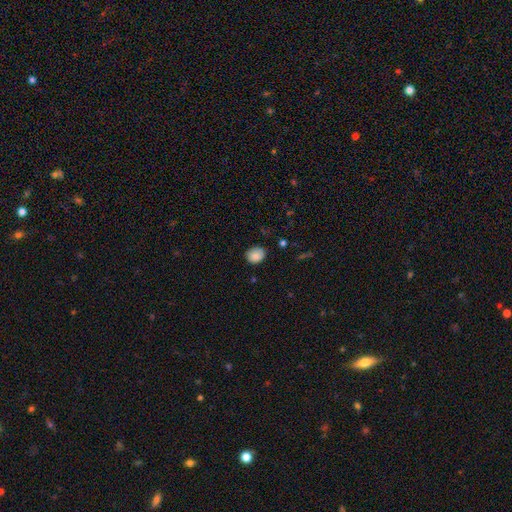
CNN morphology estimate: Smooth or featured: smooth — 85% (star or artifact — 9%)
How rounded: round — 55% (in between — 44%)
Merging: none — 74% (minor disturbance — 20%)